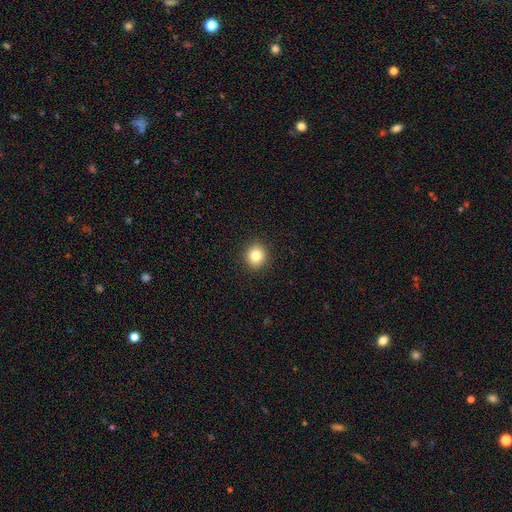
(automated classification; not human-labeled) Smooth or featured?
  - smooth: 82% *
  - star or artifact: 11%
  - featured or disk: 7%
How rounded?
  - round: 85% *
  - in between: 14%
  - cigar-shaped: 1%
Merging?
  - none: 92% *
  - minor disturbance: 5%
  - major disturbance: 2%
  - merger: 1%